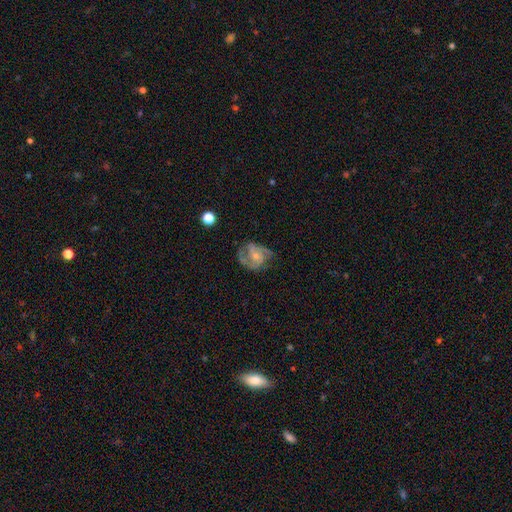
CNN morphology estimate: This is likely a featured or disk galaxy (73%). It is clearly not viewed edge-on (98%). Bar: likely no (64%). Spiral arm pattern: clearly yes (88%). Spiral arm count: likely 2 (61%). Spiral winding: possibly medium (49%). Central bulge: possibly small (58%). Merging: possibly none (56%).